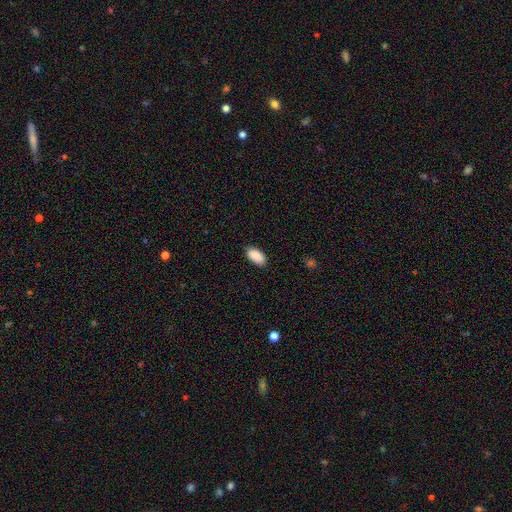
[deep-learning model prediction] smooth 90%, star or artifact 7%, featured or disk 3%. Down the decision tree: how rounded — in between (94%); merging — none (83%).